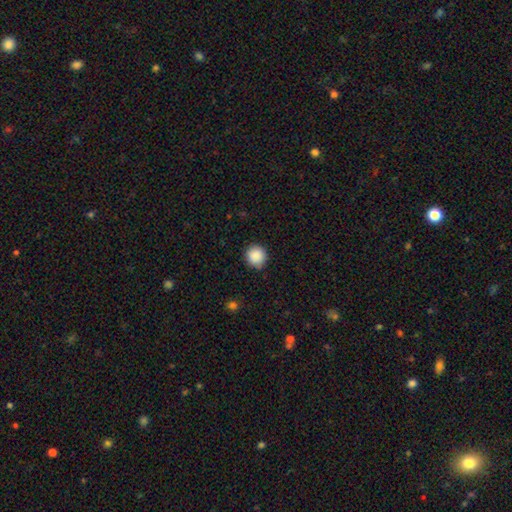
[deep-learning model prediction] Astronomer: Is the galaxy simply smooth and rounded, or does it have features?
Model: smooth — 89%.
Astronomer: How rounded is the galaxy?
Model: round — 94%.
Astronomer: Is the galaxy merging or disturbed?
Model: none — 87%.